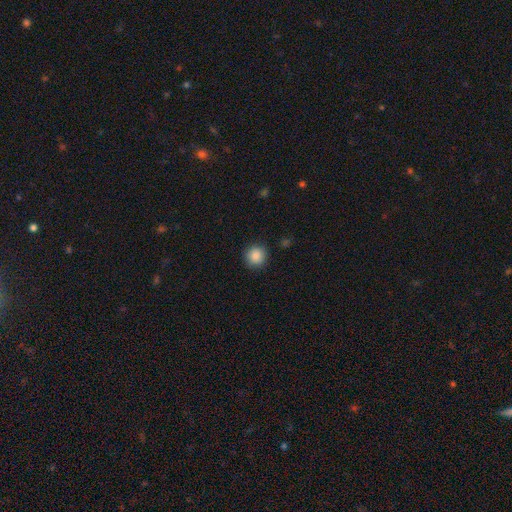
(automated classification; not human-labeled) smooth_or_featured: smooth (p=0.87) [alt: star or artifact p=0.10]
how_rounded: round (p=0.93) [alt: in between p=0.07]
merging: none (p=0.89) [alt: minor disturbance p=0.07]